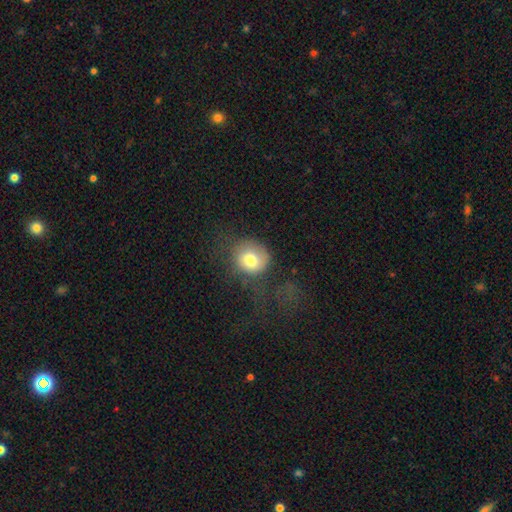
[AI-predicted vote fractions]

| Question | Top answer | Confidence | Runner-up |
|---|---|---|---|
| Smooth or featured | smooth | 70% | featured or disk (18%) |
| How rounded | round | 79% | in between (20%) |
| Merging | none | 40% | major disturbance (35%) |